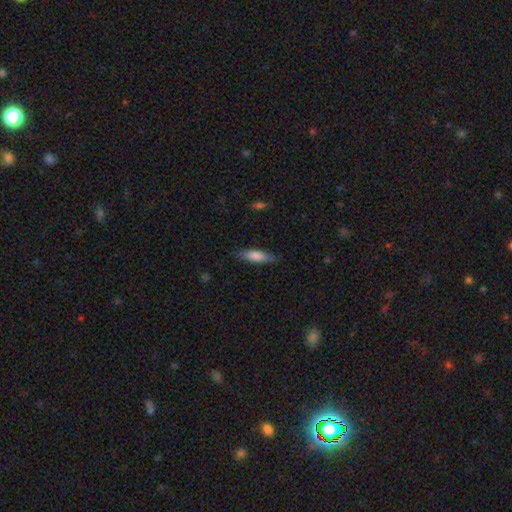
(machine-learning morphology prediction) This is likely a smooth galaxy (76%). How rounded: likely cigar-shaped (66%). Merging: clearly none (83%).